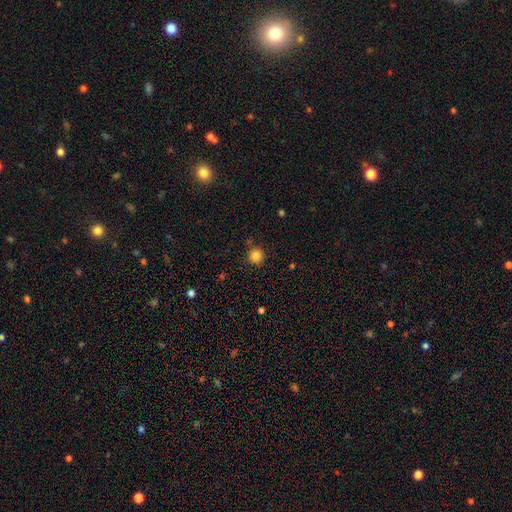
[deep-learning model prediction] Morphology: type=smooth (83%); roundness=round (94%); merging=none (87%).